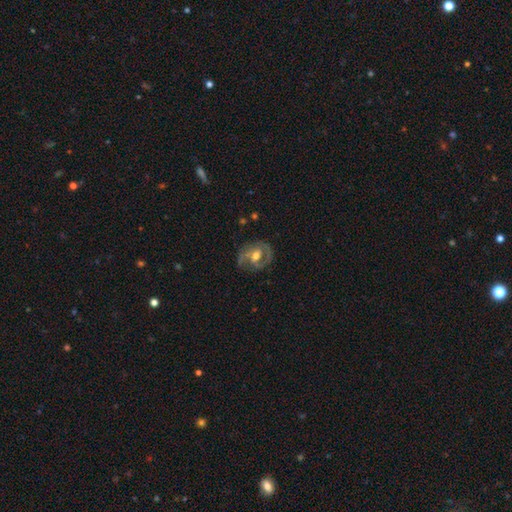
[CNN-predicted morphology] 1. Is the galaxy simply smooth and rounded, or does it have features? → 72% featured or disk, 22% smooth, 6% star or artifact.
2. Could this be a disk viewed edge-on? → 97% no, 3% yes.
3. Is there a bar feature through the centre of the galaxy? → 43% weak, 40% no, 17% strong.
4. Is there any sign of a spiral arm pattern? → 75% yes, 25% no.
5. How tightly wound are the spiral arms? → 45% medium, 37% tight, 18% loose.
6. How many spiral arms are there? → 68% 2, 14% can't tell, 11% 1, 4% 3, 1% 4, 1% more than 4.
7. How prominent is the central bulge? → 71% moderate, 14% small, 12% large, 1% none, 1% dominant.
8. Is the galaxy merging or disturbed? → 65% none, 22% minor disturbance, 11% major disturbance, 2% merger.